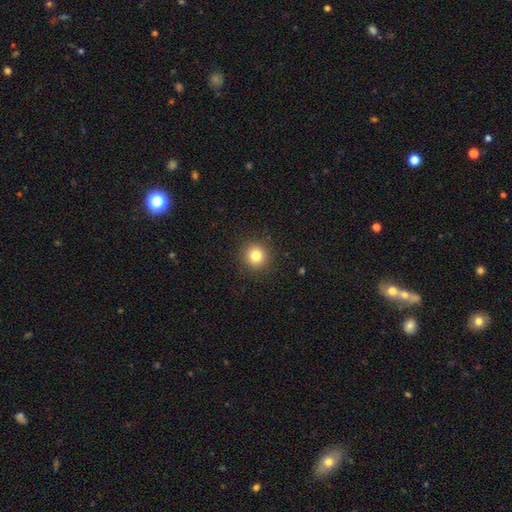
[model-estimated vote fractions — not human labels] A smooth galaxy with no disk features (81%) that is round (94%).

Vote fractions:
- Smooth or featured? smooth: 81% / star or artifact: 13% / featured or disk: 7%
- How rounded? round: 94% / in between: 5% / cigar-shaped: 1%
- Merging? none: 92% / minor disturbance: 5% / major disturbance: 2% / merger: 1%